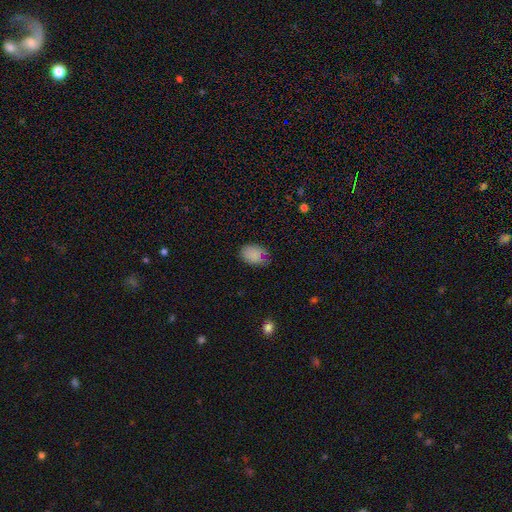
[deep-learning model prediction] The model was most divided on "merging": none: 64%, minor disturbance: 29%, major disturbance: 6%, merger: 2%. More confident: smooth or featured — smooth (85%); how rounded — in between (81%).